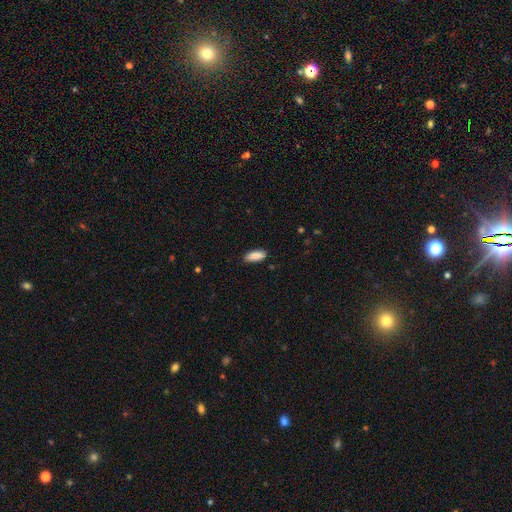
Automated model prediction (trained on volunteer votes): Morphology: type=smooth (89%); roundness=in between (77%); merging=none (86%).